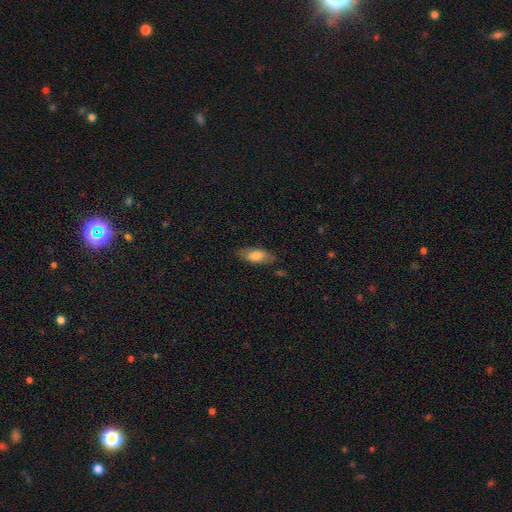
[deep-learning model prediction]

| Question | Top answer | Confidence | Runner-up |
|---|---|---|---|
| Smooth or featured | smooth | 76% | featured or disk (18%) |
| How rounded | in between | 78% | cigar-shaped (20%) |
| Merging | none | 79% | minor disturbance (16%) |